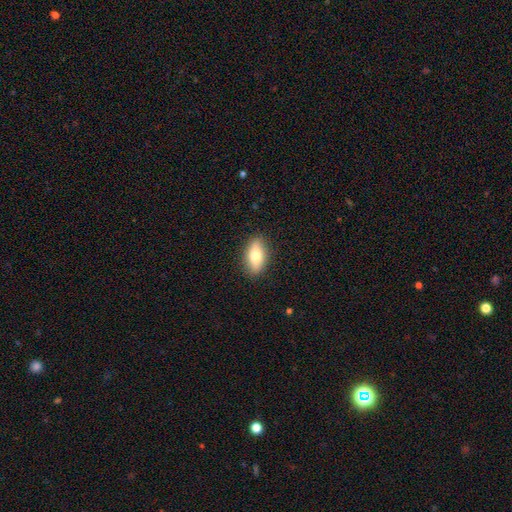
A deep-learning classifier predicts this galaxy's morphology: A smooth galaxy with no disk features (70%) that is in between round and cigar-shaped (81%). Merging: none (88%).